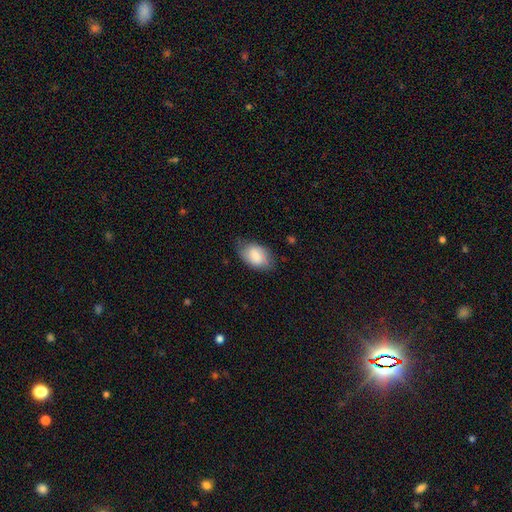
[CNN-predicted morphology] A smooth galaxy with no disk features (75%) that is in between round and cigar-shaped (90%). Merging: none (66%).